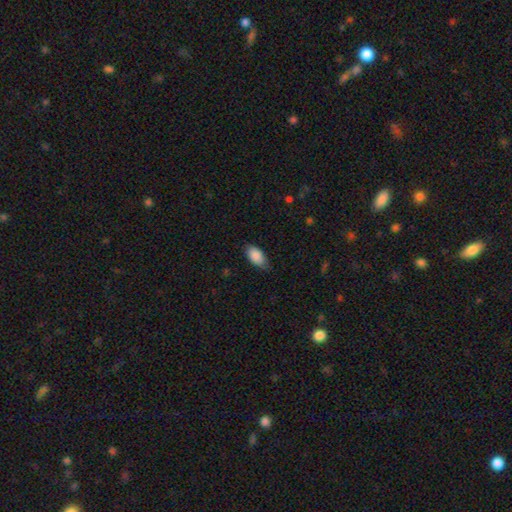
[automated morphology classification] smooth 88%, star or artifact 6%, featured or disk 6%. Down the decision tree: how rounded — in between (93%); merging — none (75%).